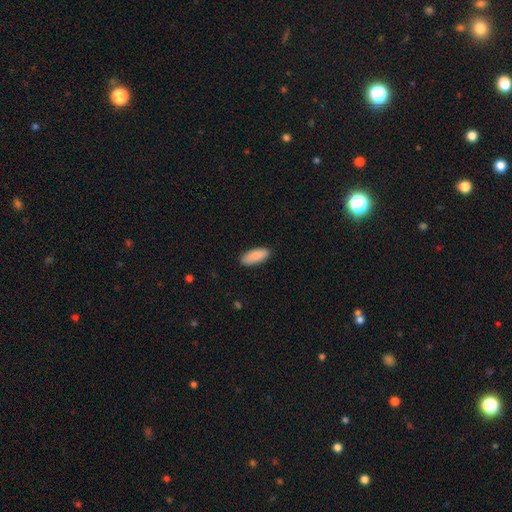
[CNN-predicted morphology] Smooth or featured?
  - smooth: 90% *
  - star or artifact: 6%
  - featured or disk: 5%
How rounded?
  - in between: 80% *
  - cigar-shaped: 18%
  - round: 2%
Merging?
  - none: 88% *
  - minor disturbance: 9%
  - major disturbance: 2%
  - merger: 1%